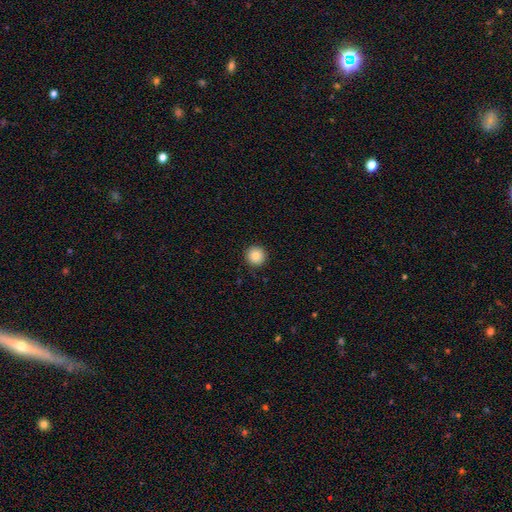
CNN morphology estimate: smooth 86%, star or artifact 10%, featured or disk 5%. Down the decision tree: how rounded — round (95%); merging — none (91%).